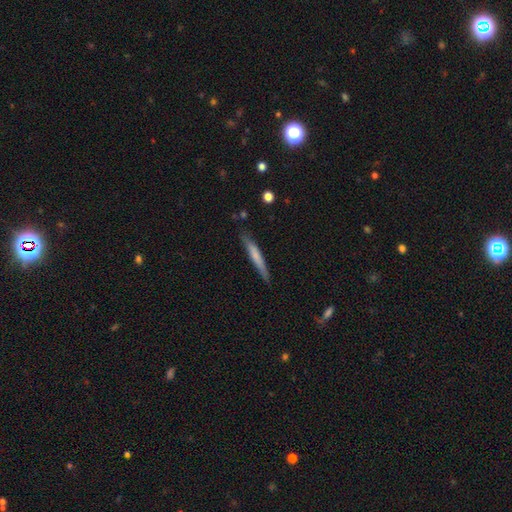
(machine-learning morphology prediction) Smooth or featured?
  - smooth: 60% *
  - featured or disk: 34%
  - star or artifact: 6%
How rounded?
  - cigar-shaped: 95% *
  - in between: 4%
  - round: 1%
Merging?
  - none: 84% *
  - minor disturbance: 12%
  - major disturbance: 2%
  - merger: 2%